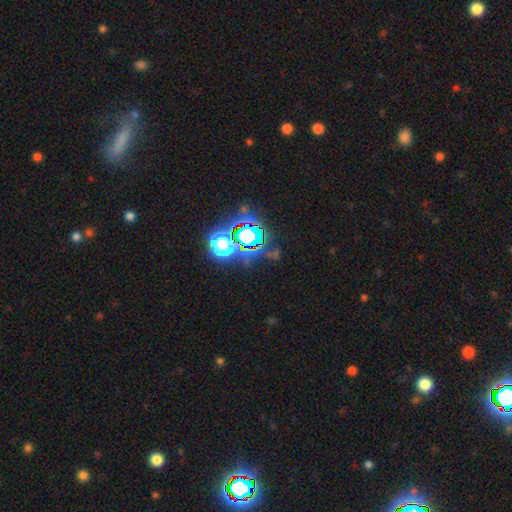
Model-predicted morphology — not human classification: Q: Smooth or featured?
A: star or artifact (79%); runner-up: smooth (13%)